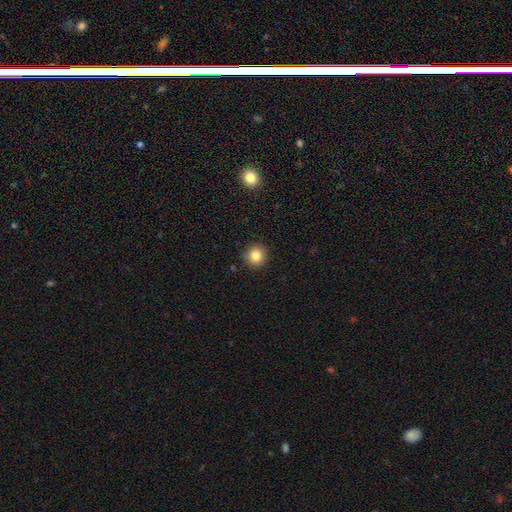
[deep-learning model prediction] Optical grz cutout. It shows a smooth galaxy with no disk features (83%) that is round (91%). Merging: none (91%).